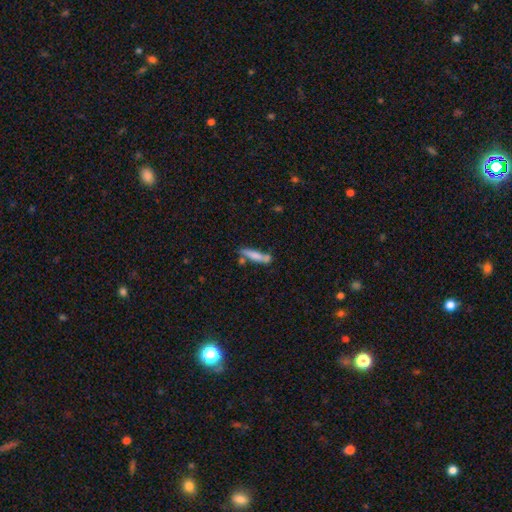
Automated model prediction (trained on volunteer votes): Smooth or featured? smooth (69%)
How rounded? cigar-shaped (85%)
Merging? none (60%)